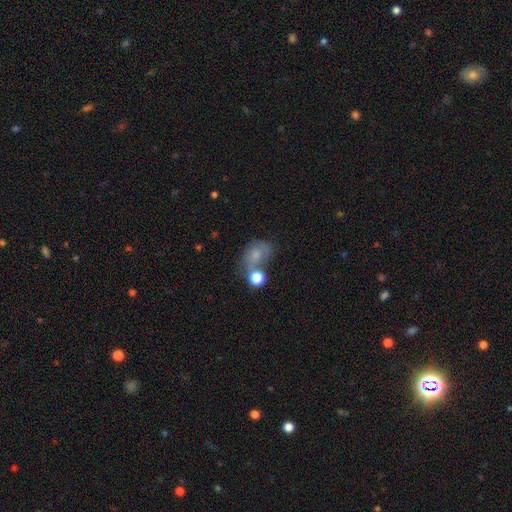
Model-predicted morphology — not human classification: type=smooth (60%); roundness=in between (62%); merging=none (38%).